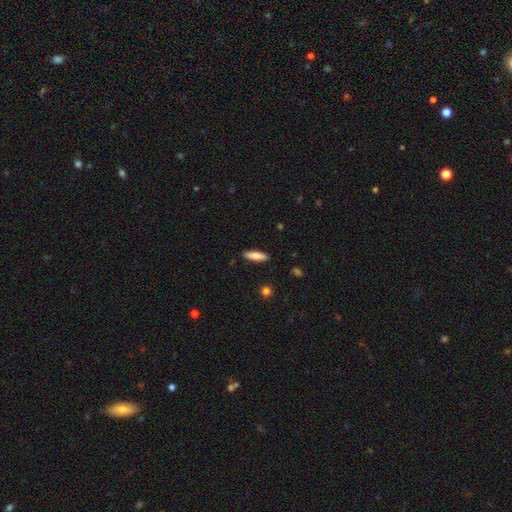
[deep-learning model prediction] A smooth galaxy with no disk features (81%) that is cigar-shaped (58%). Merging: none (89%).